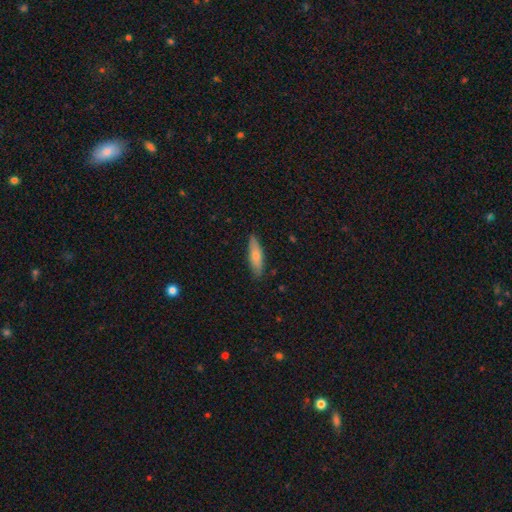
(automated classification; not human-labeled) Smooth or featured? Predicted: smooth (p=0.66). How rounded? Predicted: cigar-shaped (p=0.61). Merging? Predicted: none (p=0.87).